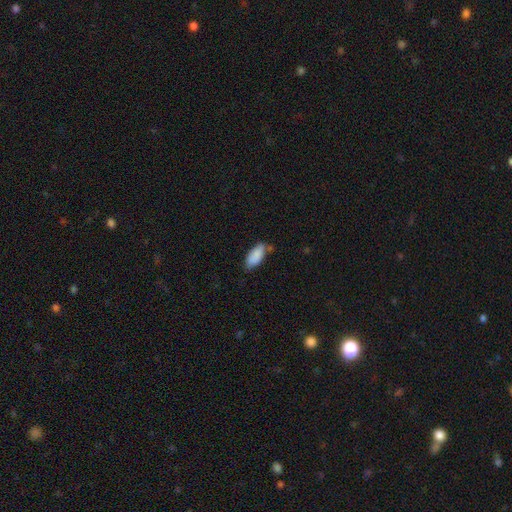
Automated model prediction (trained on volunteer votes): smooth-or-featured: smooth: 87% | featured or disk: 6% | star or artifact: 6%
  how-rounded: in between: 88% | cigar-shaped: 10% | round: 2%
  merging: none: 65% | minor disturbance: 26% | merger: 5% | major disturbance: 4%